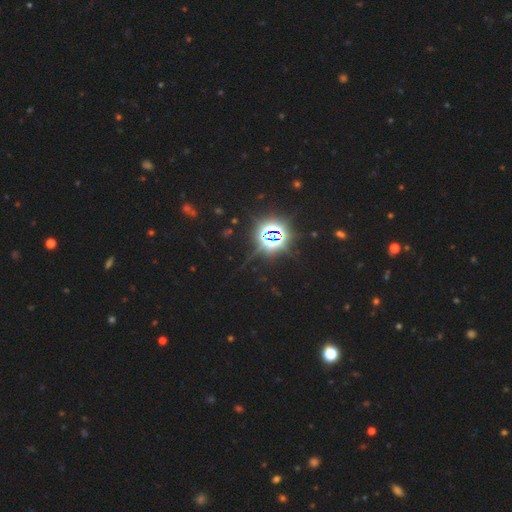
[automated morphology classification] smooth-or-featured: star or artifact: 83% | smooth: 12% | featured or disk: 6%